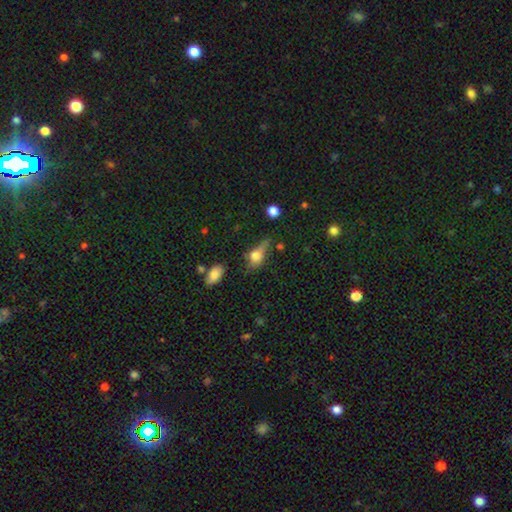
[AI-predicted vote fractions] This appears to be a smooth galaxy with no disk features (56%) that is in between round and cigar-shaped (58%). Merging: none (46%).